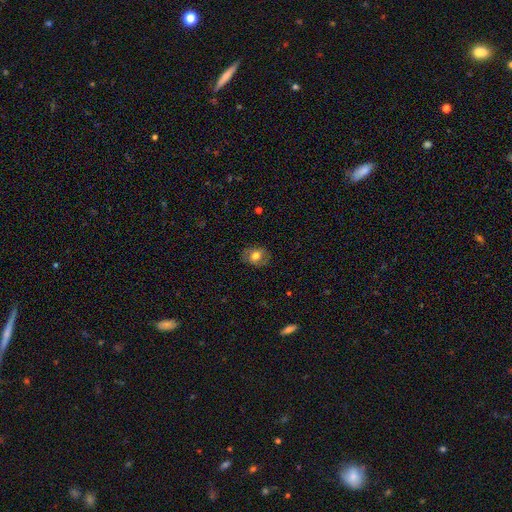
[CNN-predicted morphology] smooth_or_featured: smooth (p=0.59) [alt: featured or disk p=0.32]
how_rounded: in between (p=0.63) [alt: round p=0.36]
merging: none (p=0.77) [alt: minor disturbance p=0.16]